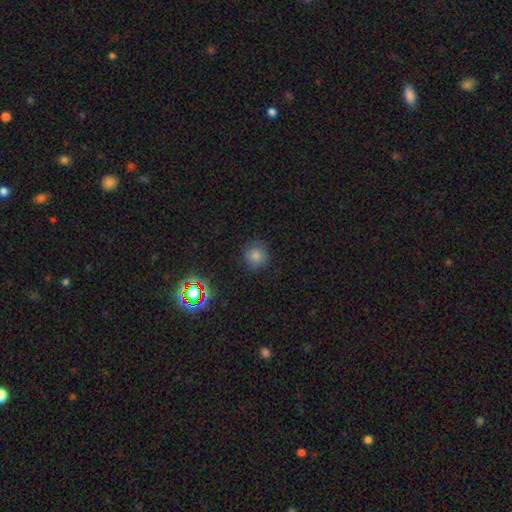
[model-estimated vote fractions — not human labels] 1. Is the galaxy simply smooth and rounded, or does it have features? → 78% smooth, 16% star or artifact, 6% featured or disk.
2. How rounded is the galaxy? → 91% round, 8% in between, 1% cigar-shaped.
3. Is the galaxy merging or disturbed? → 86% none, 10% minor disturbance, 3% major disturbance, 1% merger.